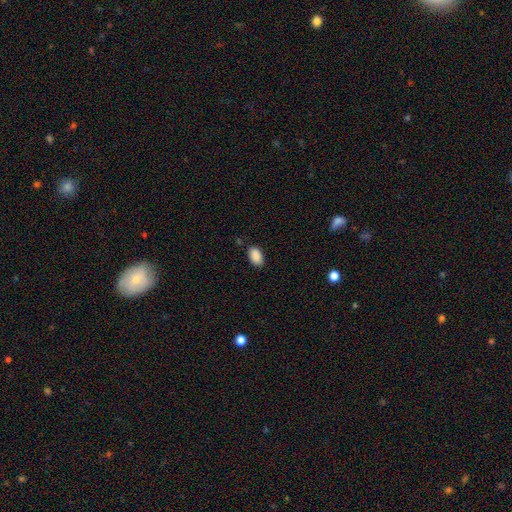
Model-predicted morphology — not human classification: Q: Smooth or featured?
A: smooth (90%); runner-up: star or artifact (8%)
Q: How rounded?
A: in between (92%); runner-up: round (6%)
Q: Merging?
A: none (83%); runner-up: minor disturbance (13%)